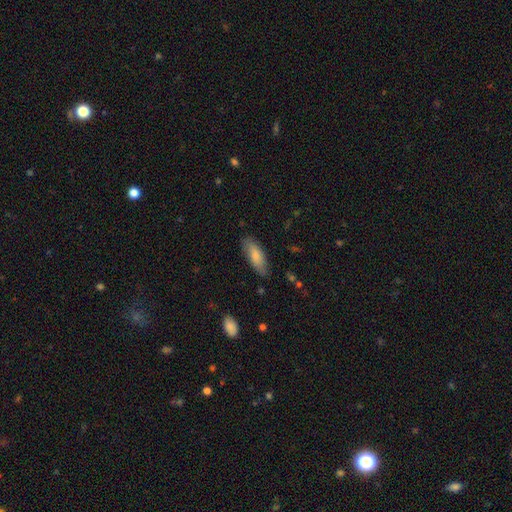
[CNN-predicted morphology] Smooth or featured? smooth (80%)
How rounded? in between (68%)
Merging? none (80%)